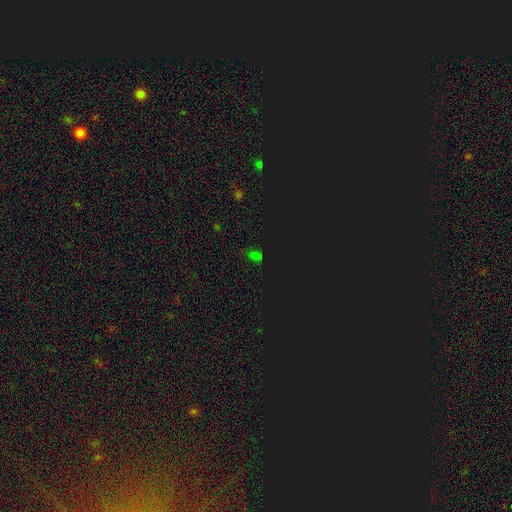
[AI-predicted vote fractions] The model was most divided on "smooth or featured": star or artifact: 59%, smooth: 35%, featured or disk: 7%.